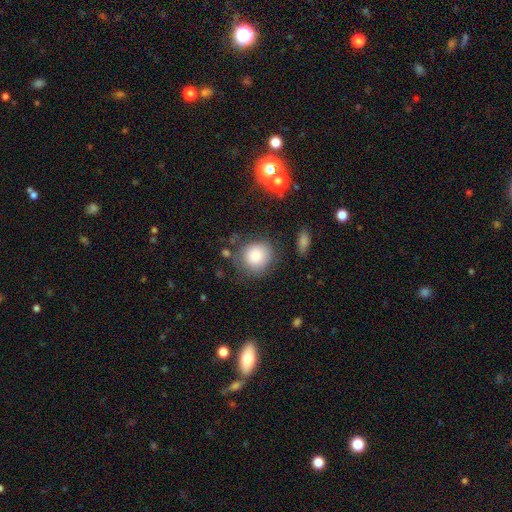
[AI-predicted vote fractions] Overall: smooth (82%). How rounded: round (85%). Merging: none (73%).